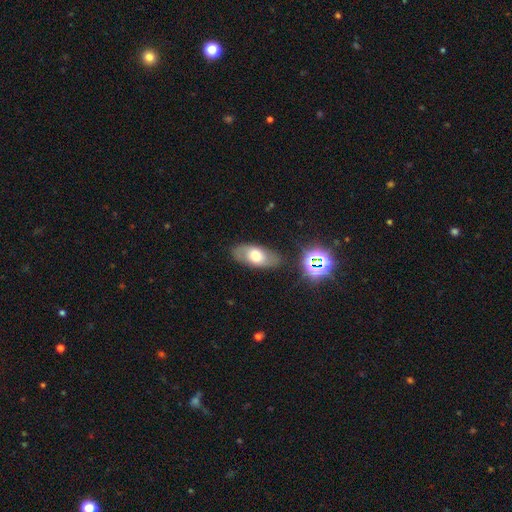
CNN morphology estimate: Smooth or featured?
  - smooth: 54% *
  - featured or disk: 35%
  - star or artifact: 11%
How rounded?
  - in between: 89% *
  - cigar-shaped: 6%
  - round: 5%
Merging?
  - none: 78% *
  - minor disturbance: 15%
  - major disturbance: 4%
  - merger: 3%